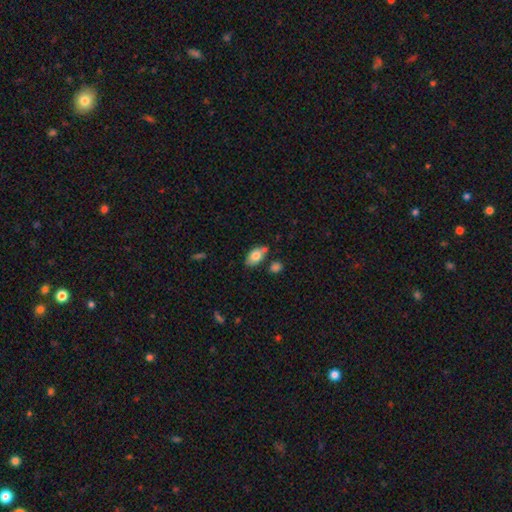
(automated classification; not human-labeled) smooth 79%, featured or disk 14%, star or artifact 7%. Down the decision tree: how rounded — in between (90%); merging — none (65%).